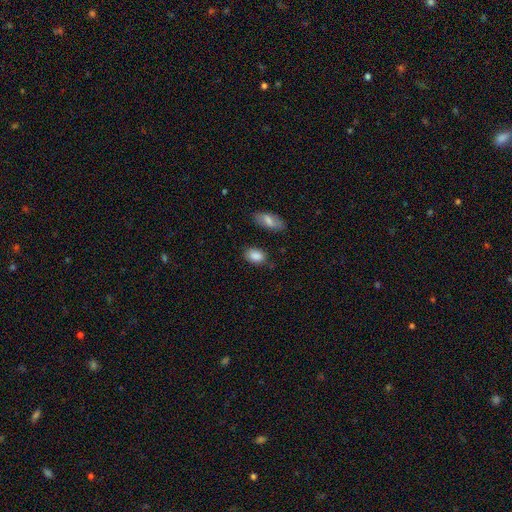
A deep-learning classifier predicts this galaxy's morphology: type=smooth (87%); roundness=in between (87%); merging=none (78%).